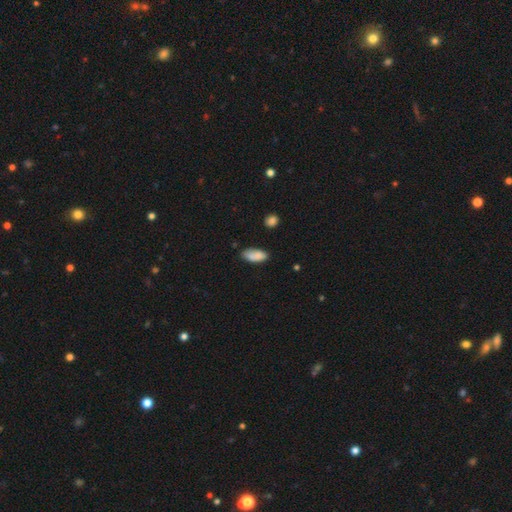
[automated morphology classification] Smooth or featured?
  - smooth: 85% *
  - featured or disk: 8%
  - star or artifact: 7%
How rounded?
  - in between: 87% *
  - cigar-shaped: 11%
  - round: 2%
Merging?
  - none: 73% *
  - minor disturbance: 20%
  - major disturbance: 4%
  - merger: 3%